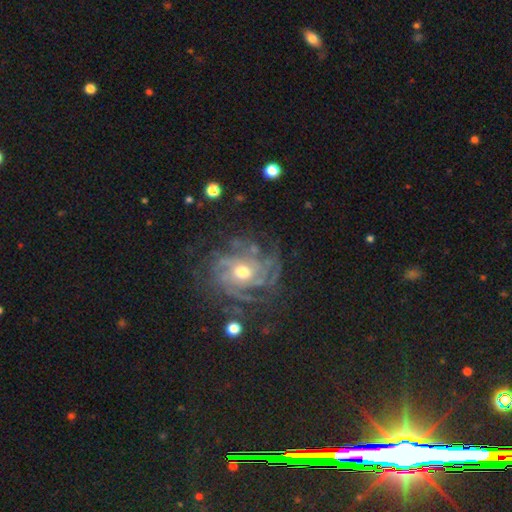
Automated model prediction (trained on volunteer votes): Smooth or featured: featured or disk — 60% (star or artifact — 26%)
Edge-on disk: no — 93% (yes — 7%)
Bar: no — 69% (weak — 23%)
Spiral arms: yes — 86% (no — 14%)
Bulge size: moderate — 51% (small — 43%)
Merging: none — 78% (minor disturbance — 12%)